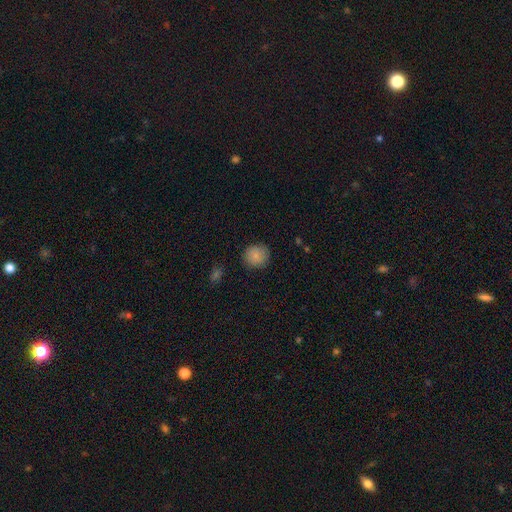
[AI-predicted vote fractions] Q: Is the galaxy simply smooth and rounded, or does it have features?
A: smooth — 84%.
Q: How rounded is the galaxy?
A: round — 85%.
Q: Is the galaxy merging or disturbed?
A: none — 85%.